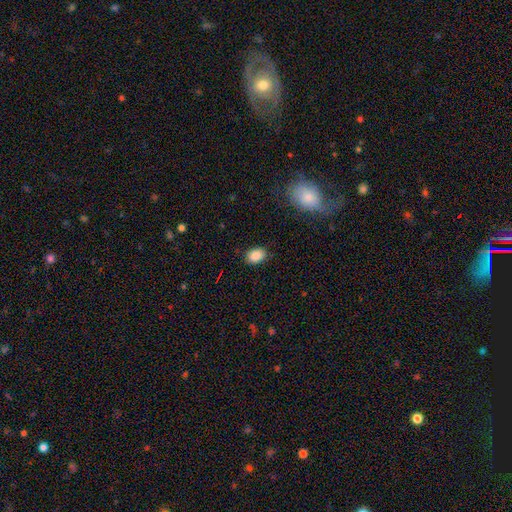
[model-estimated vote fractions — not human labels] Q: Smooth or featured?
A: smooth (87%); runner-up: star or artifact (9%)
Q: How rounded?
A: in between (80%); runner-up: round (19%)
Q: Merging?
A: none (86%); runner-up: minor disturbance (11%)